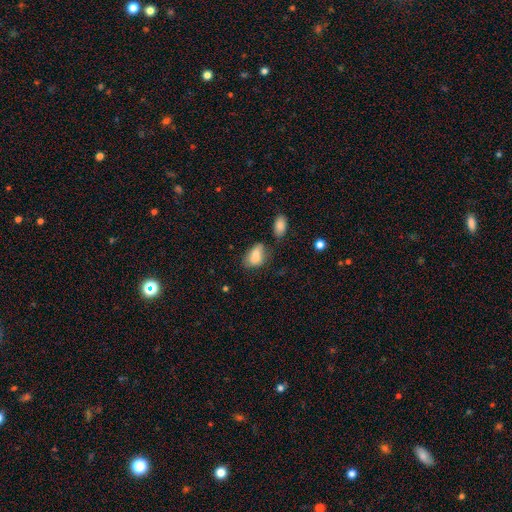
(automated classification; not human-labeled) This appears to be a smooth galaxy with no disk features (79%) that is in between round and cigar-shaped (87%). Merging: none (49%).